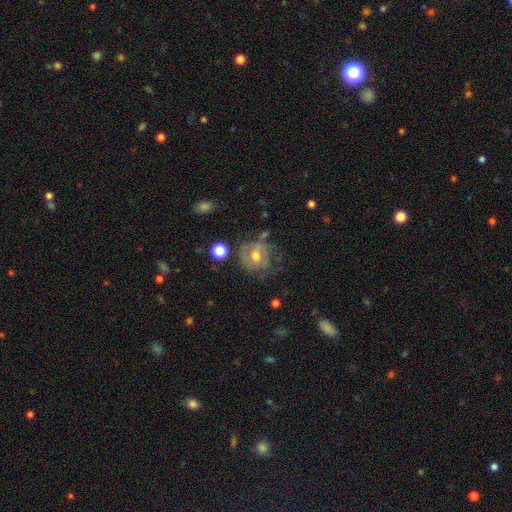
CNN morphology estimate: Smooth or featured? Predicted: featured or disk (p=0.54). Edge-on disk? Predicted: no (p=0.96). Bar? Predicted: no (p=0.60). Spiral arms? Predicted: yes (p=0.66). Bulge size? Predicted: moderate (p=0.76). Merging? Predicted: none (p=0.55).